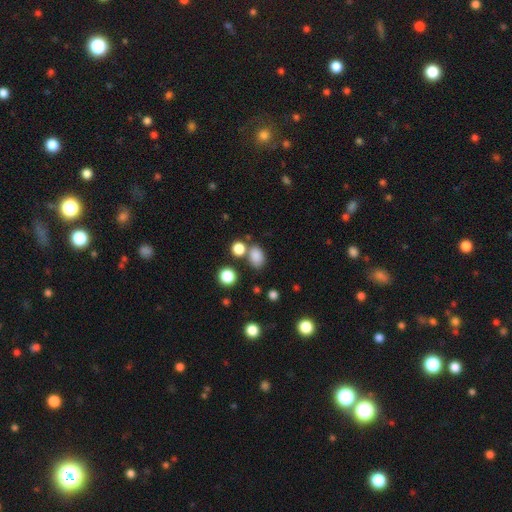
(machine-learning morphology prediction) Smooth or featured? smooth (83%)
How rounded? in between (75%)
Merging? none (65%)